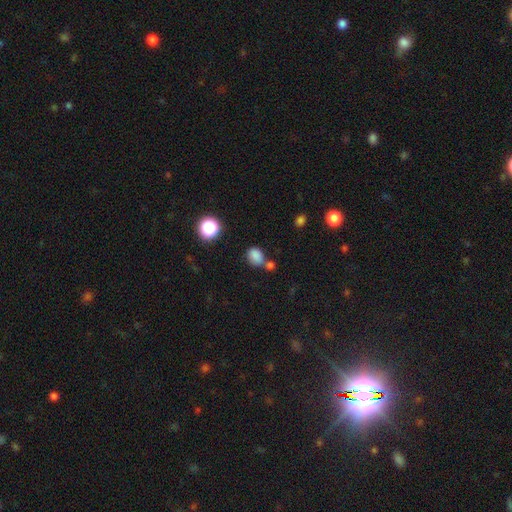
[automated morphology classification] type=smooth (81%); roundness=in between (55%); merging=none (54%).